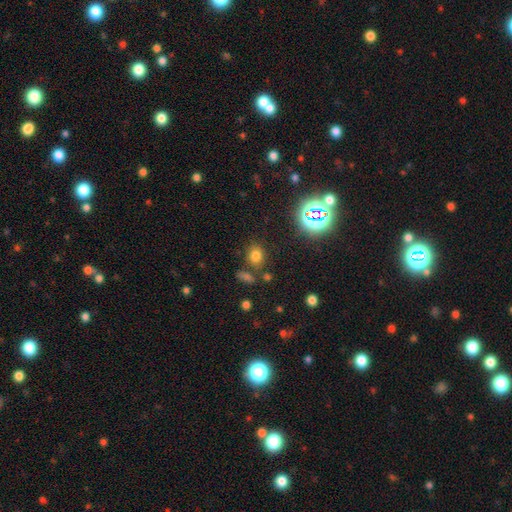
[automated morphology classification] smooth-or-featured: smooth: 70% | star or artifact: 23% | featured or disk: 7%
  how-rounded: in between: 50% | round: 49% | cigar-shaped: 1%
  merging: none: 77% | minor disturbance: 11% | merger: 8% | major disturbance: 4%